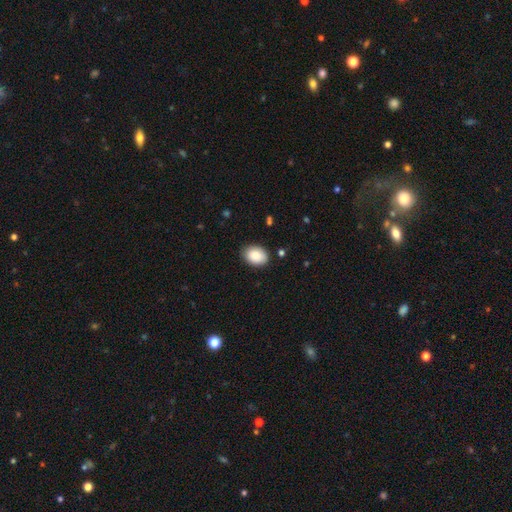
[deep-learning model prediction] Morphology: type=smooth (87%); roundness=in between (79%); merging=none (85%).